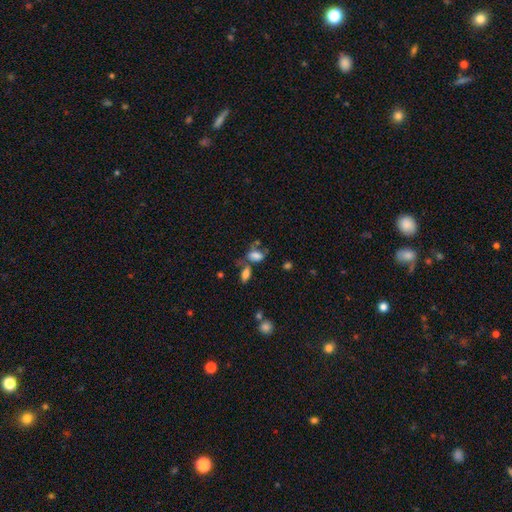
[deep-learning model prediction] Q: Smooth or featured?
A: smooth (74%); runner-up: featured or disk (14%)
Q: How rounded?
A: in between (88%); runner-up: round (9%)
Q: Merging?
A: none (37%); runner-up: merger (32%)